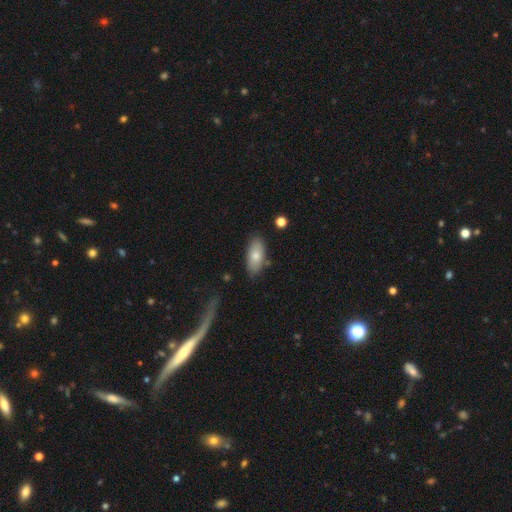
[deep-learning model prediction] Smooth or featured?
  - smooth: 76% *
  - featured or disk: 17%
  - star or artifact: 7%
How rounded?
  - in between: 89% *
  - cigar-shaped: 8%
  - round: 3%
Merging?
  - none: 79% *
  - minor disturbance: 15%
  - major disturbance: 3%
  - merger: 3%